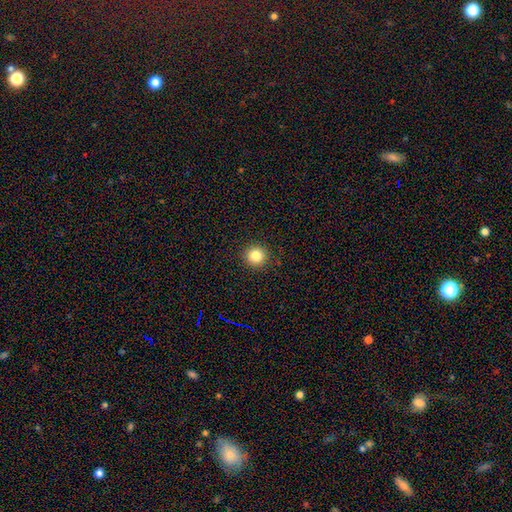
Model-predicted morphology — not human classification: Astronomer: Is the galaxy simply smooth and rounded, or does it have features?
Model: smooth — 83%.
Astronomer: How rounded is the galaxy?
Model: round — 94%.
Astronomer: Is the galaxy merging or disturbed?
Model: none — 92%.